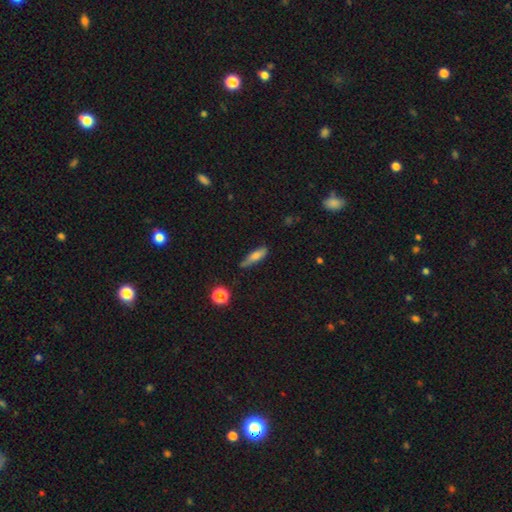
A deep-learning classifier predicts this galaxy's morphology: Overall: smooth (67%). How rounded: cigar-shaped (65%; in between 32%). Merging: none (66%).